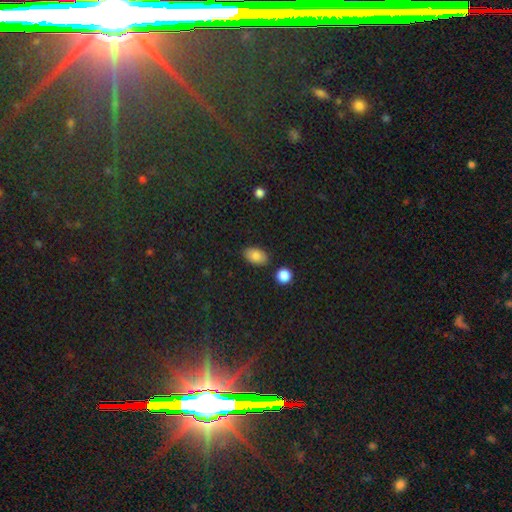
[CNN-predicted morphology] The model was most divided on "smooth or featured": smooth: 82%, star or artifact: 10%, featured or disk: 8%. More confident: how rounded — in between (88%); merging — none (84%).